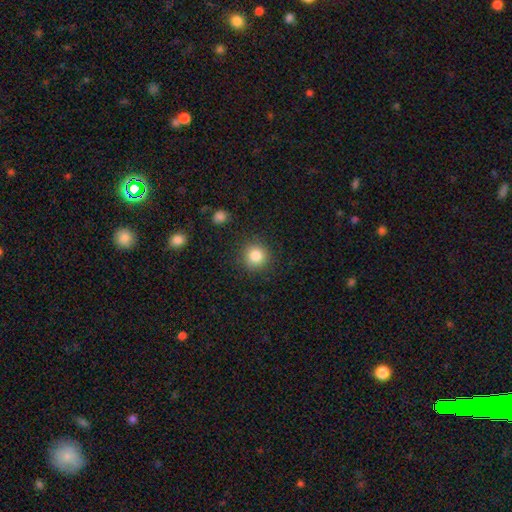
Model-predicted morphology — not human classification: This appears to be a smooth galaxy with no disk features (84%) that is round (93%). Merging: none (89%).